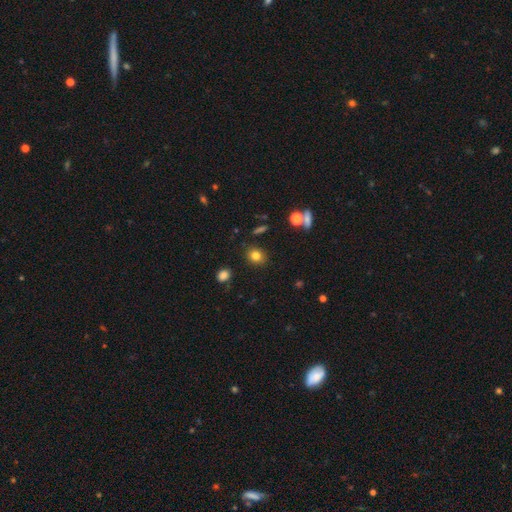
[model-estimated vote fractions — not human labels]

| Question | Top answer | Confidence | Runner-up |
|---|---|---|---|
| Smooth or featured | smooth | 81% | star or artifact (12%) |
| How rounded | round | 61% | in between (38%) |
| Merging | none | 86% | minor disturbance (9%) |